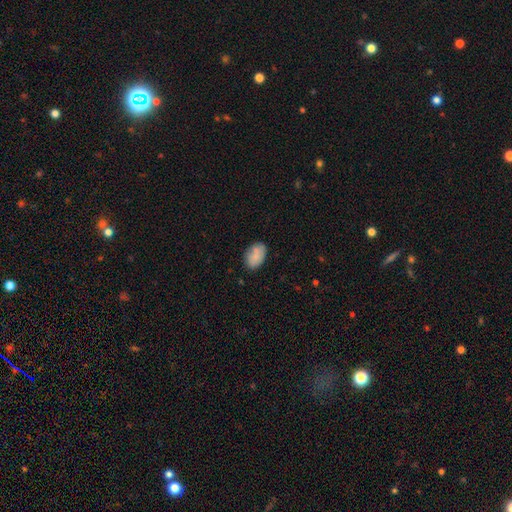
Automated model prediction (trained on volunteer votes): Smooth or featured? Predicted: smooth (p=0.82). How rounded? Predicted: in between (p=0.89). Merging? Predicted: none (p=0.74).